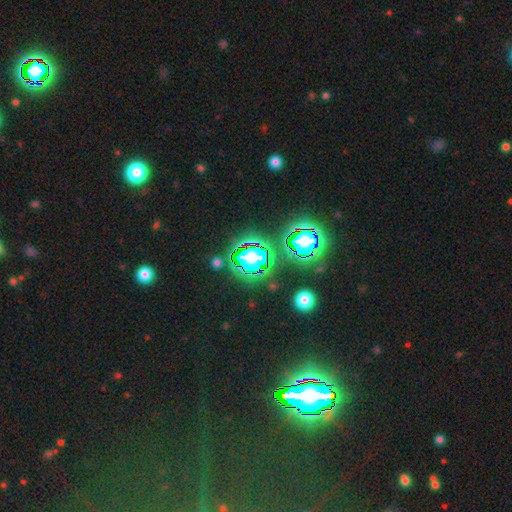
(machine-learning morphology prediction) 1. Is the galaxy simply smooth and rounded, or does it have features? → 80% star or artifact, 12% smooth, 8% featured or disk.